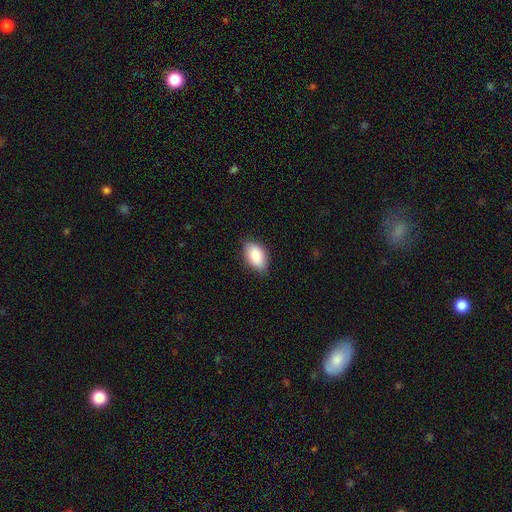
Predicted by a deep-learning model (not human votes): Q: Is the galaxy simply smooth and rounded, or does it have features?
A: smooth — 84%.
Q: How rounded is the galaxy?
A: in between — 92%.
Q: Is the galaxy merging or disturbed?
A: none — 83%.